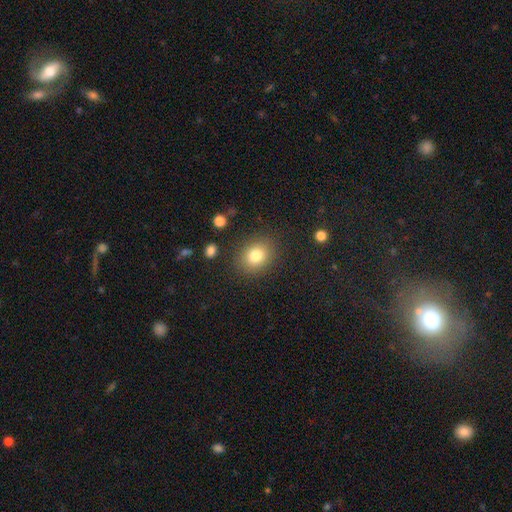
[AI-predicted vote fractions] Smooth or featured: smooth — 80% (star or artifact — 11%)
How rounded: round — 56% (in between — 43%)
Merging: none — 85% (minor disturbance — 9%)